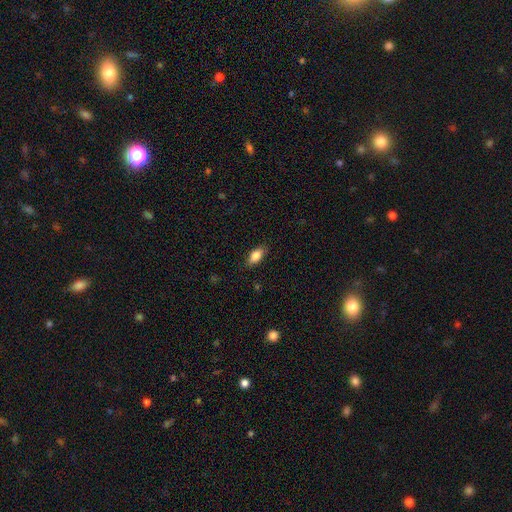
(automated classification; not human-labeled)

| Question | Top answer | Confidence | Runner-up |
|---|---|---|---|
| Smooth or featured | smooth | 80% | featured or disk (13%) |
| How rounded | in between | 86% | cigar-shaped (10%) |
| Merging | none | 86% | minor disturbance (11%) |